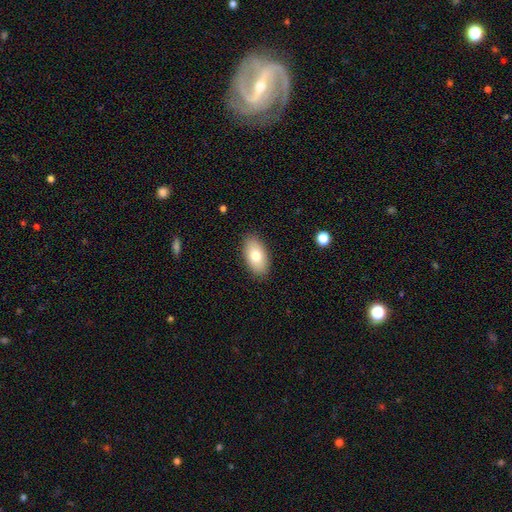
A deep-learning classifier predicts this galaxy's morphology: Overall: smooth (76%). How rounded: in between (94%). Merging: none (88%).